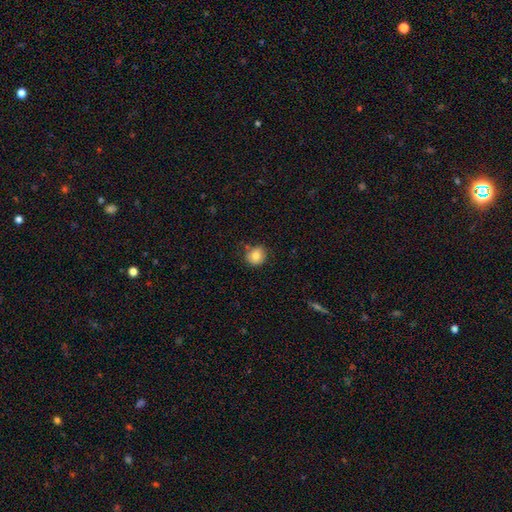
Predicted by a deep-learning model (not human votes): Overall: smooth (81%). How rounded: round (86%). Merging: none (79%).